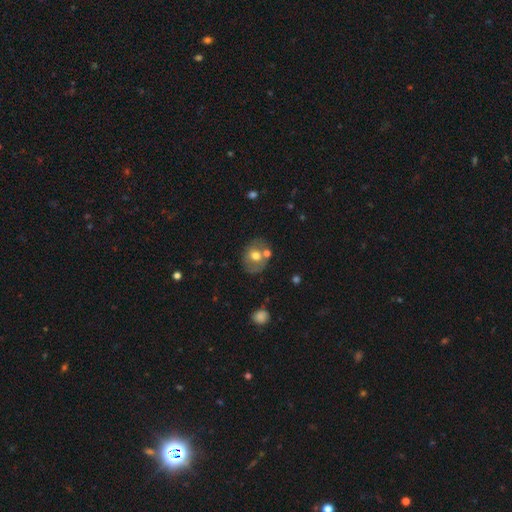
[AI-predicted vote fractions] A smooth galaxy with no disk features (60%) that is round (61%). Merging: none (63%).